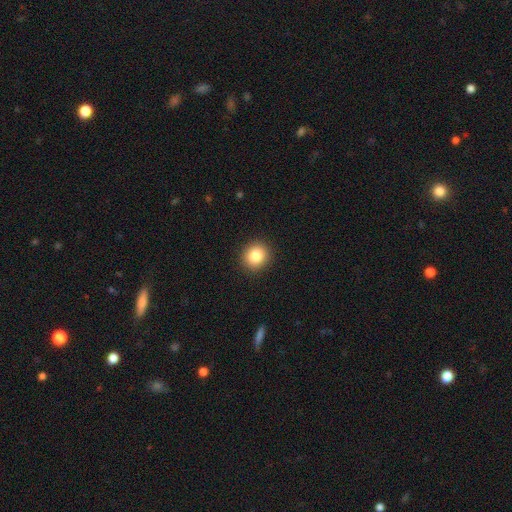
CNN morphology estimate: A smooth galaxy with no disk features (84%) that is round (84%). Merging: none (92%).